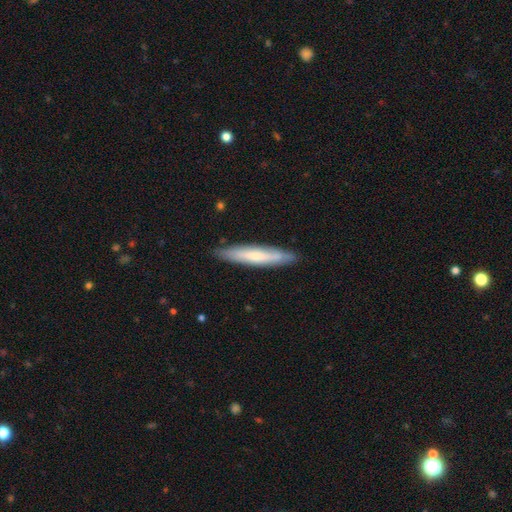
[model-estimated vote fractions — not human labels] smooth-or-featured: smooth: 54% | featured or disk: 41% | star or artifact: 6%
  how-rounded: cigar-shaped: 90% | in between: 9% | round: 1%
  merging: none: 86% | minor disturbance: 11% | major disturbance: 2% | merger: 1%